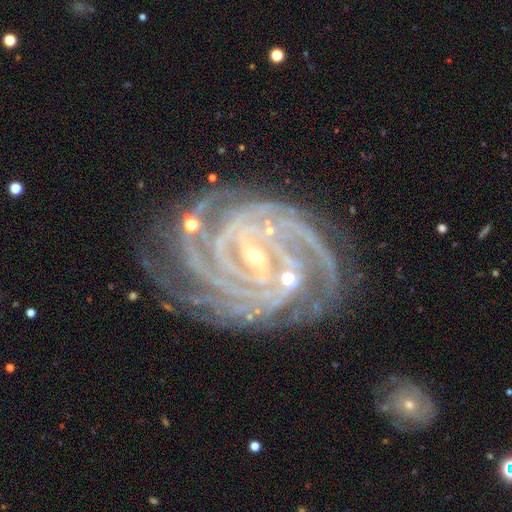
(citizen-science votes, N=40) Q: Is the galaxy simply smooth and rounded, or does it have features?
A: featured or disk — 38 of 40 (95%).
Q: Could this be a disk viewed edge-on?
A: no — 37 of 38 (97%).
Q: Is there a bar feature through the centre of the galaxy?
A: strong — 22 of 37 (59%).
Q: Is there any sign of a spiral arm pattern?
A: yes — 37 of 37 (100%).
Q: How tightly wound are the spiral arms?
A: tight — 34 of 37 (92%).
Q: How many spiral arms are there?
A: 4 — 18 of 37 (49%).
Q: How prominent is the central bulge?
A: small — 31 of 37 (84%).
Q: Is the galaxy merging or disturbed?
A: none — 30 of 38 (79%).